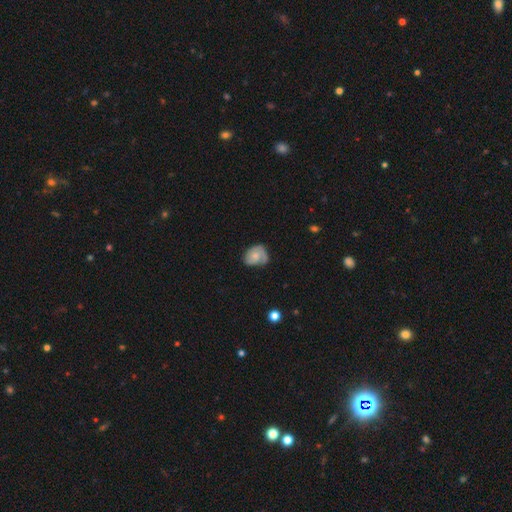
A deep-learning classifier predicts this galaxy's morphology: Smooth or featured?
  - featured or disk: 54% *
  - smooth: 39%
  - star or artifact: 7%
Edge-on disk?
  - no: 97% *
  - yes: 3%
Bar?
  - no: 76% *
  - weak: 21%
  - strong: 3%
Spiral arms?
  - yes: 86% *
  - no: 14%
Bulge size?
  - small: 48% *
  - moderate: 35%
  - none: 12%
  - large: 3%
  - dominant: 1%
Merging?
  - none: 51% *
  - minor disturbance: 31%
  - major disturbance: 16%
  - merger: 2%